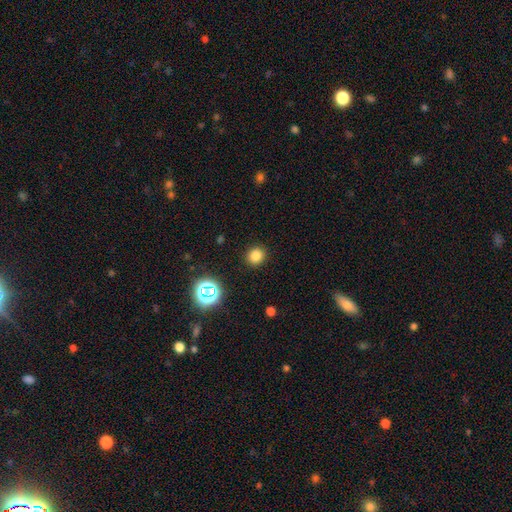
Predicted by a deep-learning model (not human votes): Smooth or featured?
  - smooth: 80% *
  - star or artifact: 16%
  - featured or disk: 5%
How rounded?
  - round: 85% *
  - in between: 14%
  - cigar-shaped: 1%
Merging?
  - none: 90% *
  - minor disturbance: 6%
  - major disturbance: 2%
  - merger: 1%